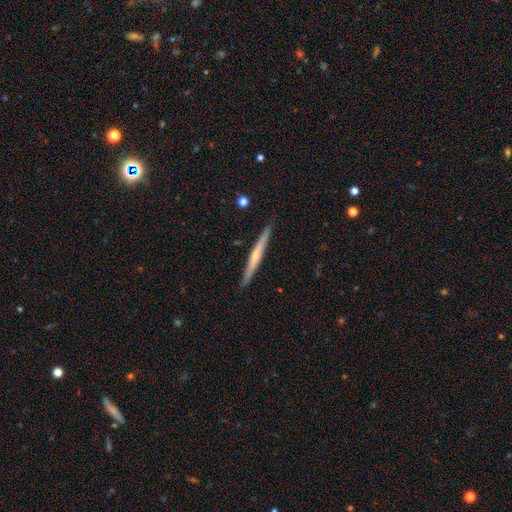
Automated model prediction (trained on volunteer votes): This appears to be a featured or disk galaxy (58%) viewed edge-on (97%) with a rounded central bulge (48%). Merging: none (90%).